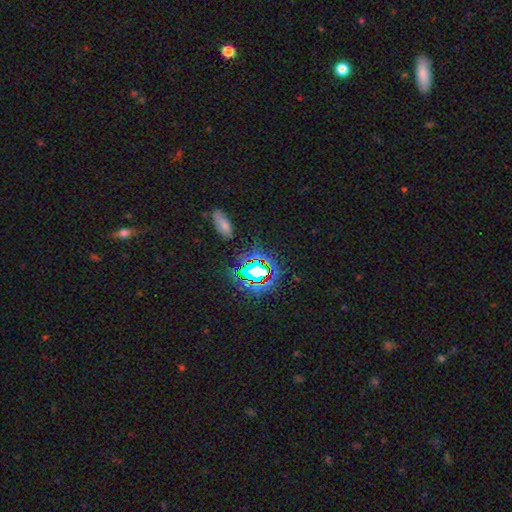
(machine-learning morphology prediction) The model was most divided on "smooth or featured": star or artifact: 70%, smooth: 18%, featured or disk: 12%.